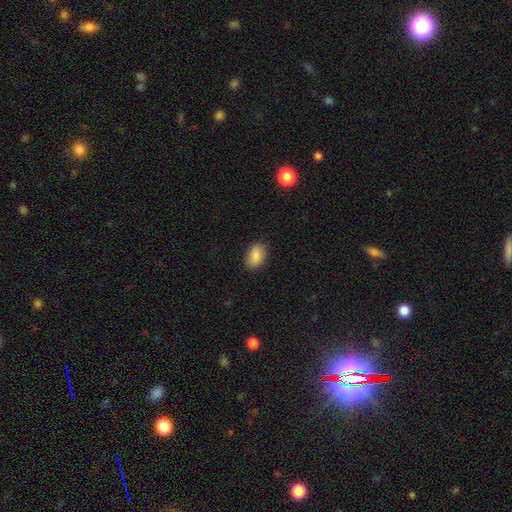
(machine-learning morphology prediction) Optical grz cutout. It shows a smooth galaxy with no disk features (87%) that is in between round and cigar-shaped (90%). Merging: none (86%).